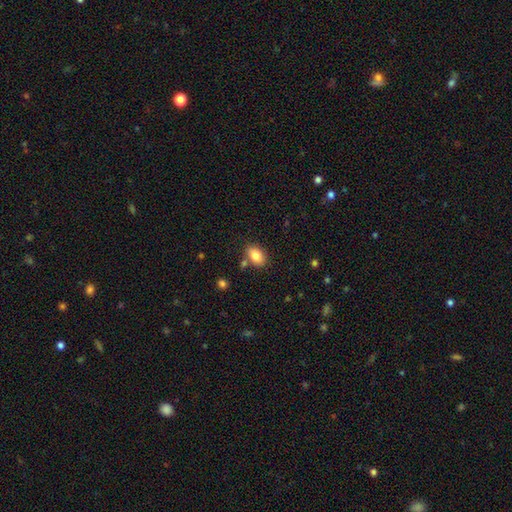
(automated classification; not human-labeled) smooth_or_featured: smooth (p=0.84) [alt: star or artifact p=0.08]
how_rounded: in between (p=0.87) [alt: round p=0.12]
merging: none (p=0.78) [alt: minor disturbance p=0.11]